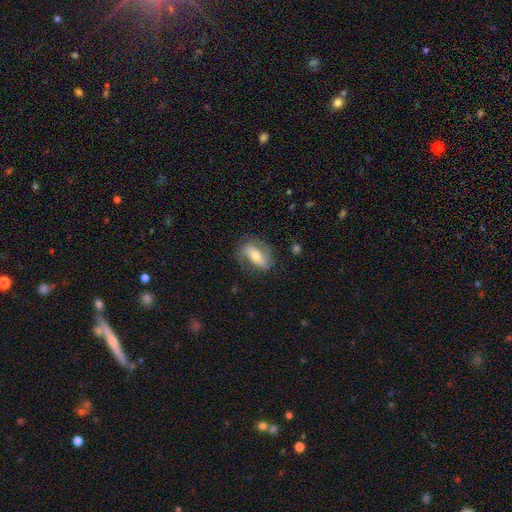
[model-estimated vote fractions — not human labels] Smooth or featured? featured or disk (56%)
Edge-on disk? no (89%)
Merging? none (69%)